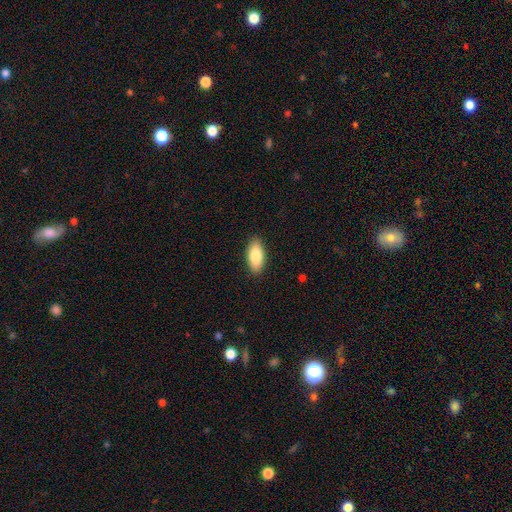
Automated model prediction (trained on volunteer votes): A smooth galaxy with no disk features (85%) that is in between round and cigar-shaped (87%). Merging: none (89%).